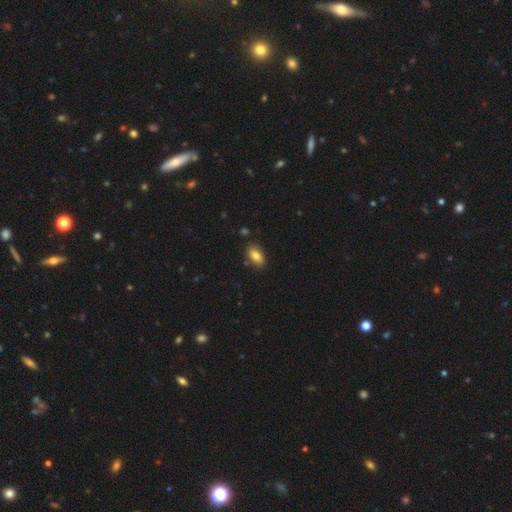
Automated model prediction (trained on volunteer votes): Q: Smooth or featured?
A: smooth (84%); runner-up: featured or disk (8%)
Q: How rounded?
A: in between (91%); runner-up: round (5%)
Q: Merging?
A: none (83%); runner-up: minor disturbance (12%)